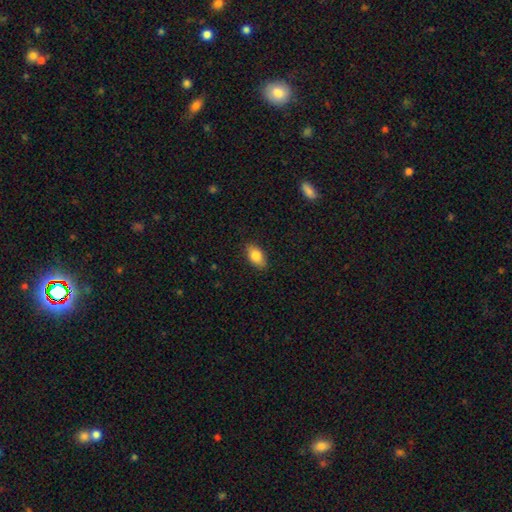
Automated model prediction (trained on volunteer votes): This is clearly a smooth galaxy (83%). How rounded: clearly in between (90%). Merging: clearly none (85%).